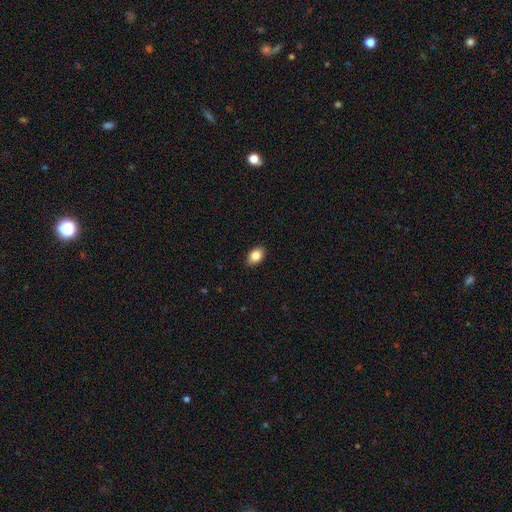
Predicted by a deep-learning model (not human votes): This appears to be a smooth galaxy with no disk features (86%) that is in between round and cigar-shaped (83%). Merging: none (89%).